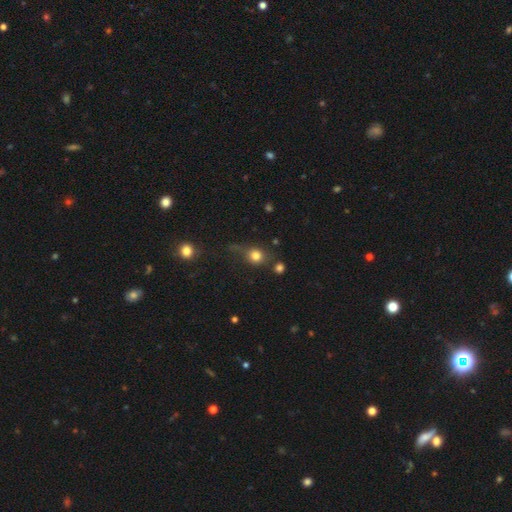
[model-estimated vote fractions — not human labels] This appears to be a smooth galaxy with no disk features (77%) that is round (80%). Merging: none (57%).